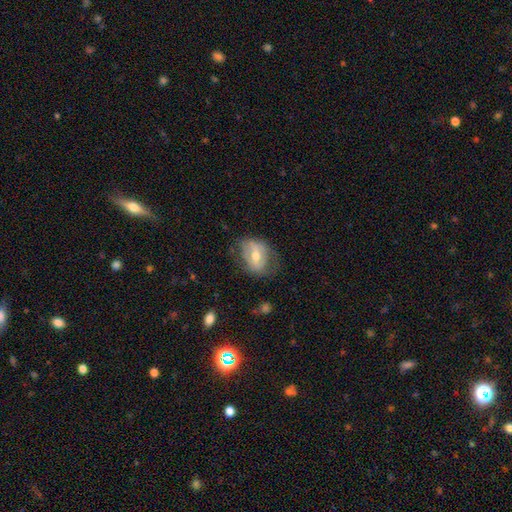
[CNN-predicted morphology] Smooth or featured? Predicted: featured or disk (p=0.52). Edge-on disk? Predicted: no (p=0.92). Merging? Predicted: none (p=0.55).